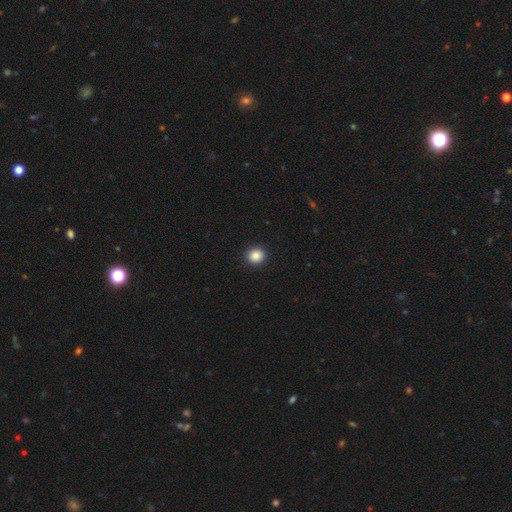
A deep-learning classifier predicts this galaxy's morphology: Q: Smooth or featured?
A: smooth (86%); runner-up: star or artifact (10%)
Q: How rounded?
A: round (88%); runner-up: in between (11%)
Q: Merging?
A: none (93%); runner-up: minor disturbance (4%)